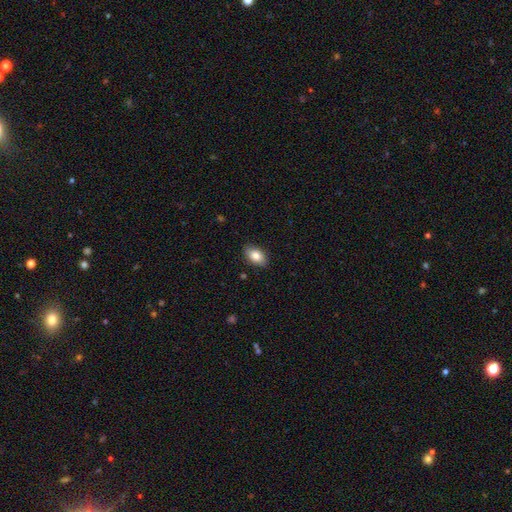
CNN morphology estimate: smooth-or-featured: smooth: 83% | featured or disk: 9% | star or artifact: 7%
  how-rounded: in between: 91% | round: 7% | cigar-shaped: 2%
  merging: none: 87% | minor disturbance: 10% | major disturbance: 2% | merger: 1%